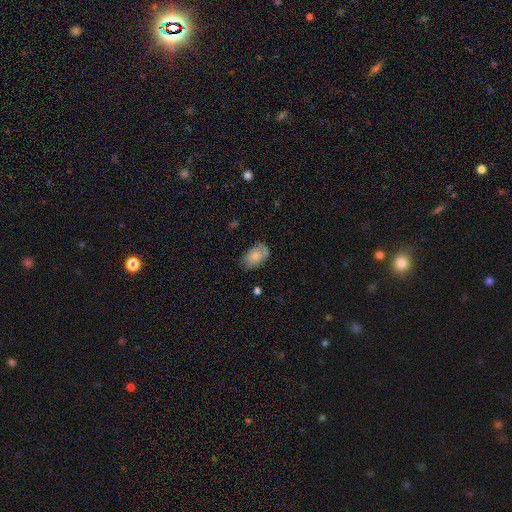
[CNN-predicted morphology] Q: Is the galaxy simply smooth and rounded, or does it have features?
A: smooth — 74%.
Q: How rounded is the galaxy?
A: in between — 90%.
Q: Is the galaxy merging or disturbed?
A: none — 66%.